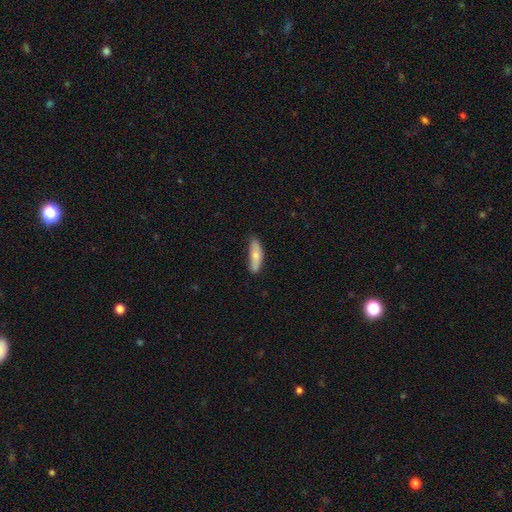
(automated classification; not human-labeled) A smooth galaxy with no disk features (72%) that is cigar-shaped (52%). Merging: none (68%).